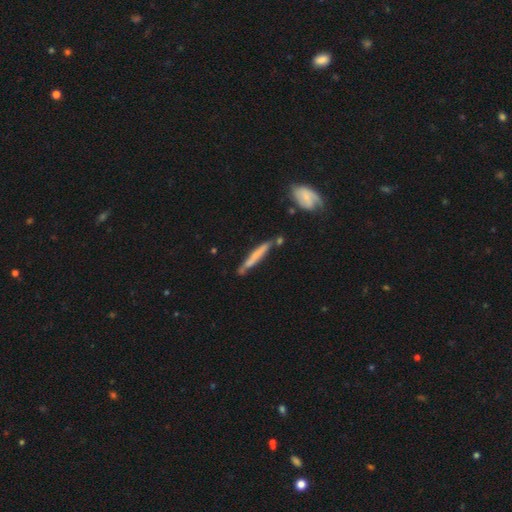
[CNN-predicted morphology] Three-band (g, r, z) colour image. It shows a smooth galaxy with no disk features (51%) that is cigar-shaped (95%). Merging: none (70%).